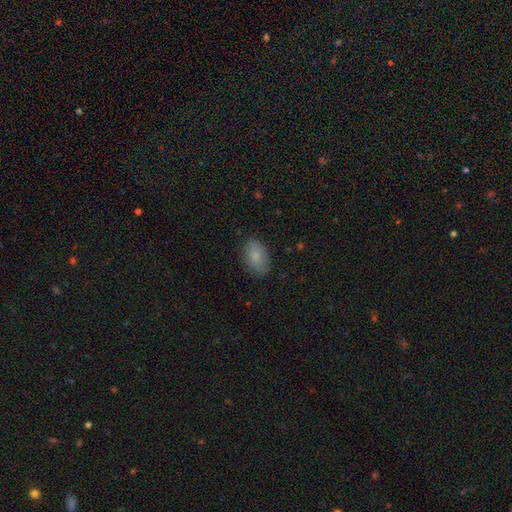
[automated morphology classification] The model was most divided on "merging": none: 82%, minor disturbance: 14%, major disturbance: 3%, merger: 1%. More confident: how rounded — in between (89%); smooth or featured — smooth (82%).